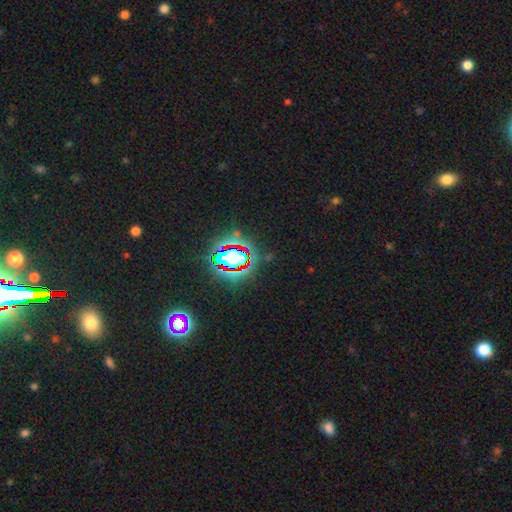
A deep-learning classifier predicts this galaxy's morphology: type=star or artifact (83%).